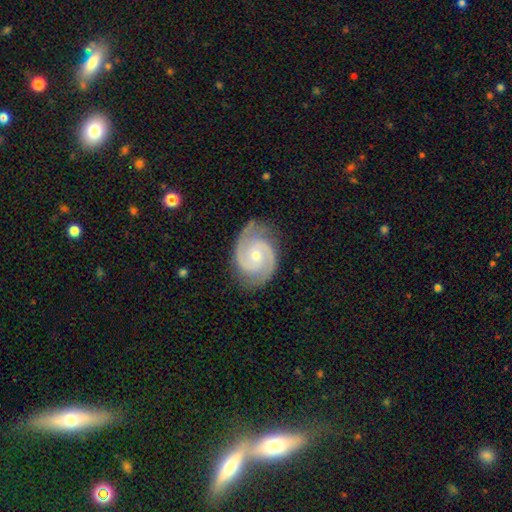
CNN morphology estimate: Smooth or featured? Predicted: featured or disk (p=0.92). Edge-on disk? Predicted: no (p=0.98). Bar? Predicted: no (p=0.61). Spiral arms? Predicted: yes (p=0.98). Spiral winding? Predicted: tight (p=0.49). Spiral arm count? Predicted: 2 (p=0.93). Bulge size? Predicted: small (p=0.54). Merging? Predicted: none (p=0.83).